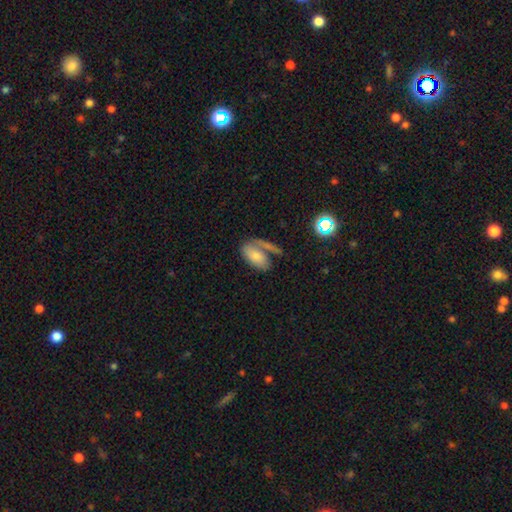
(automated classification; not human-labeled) Smooth or featured?
  - smooth: 69% *
  - featured or disk: 23%
  - star or artifact: 8%
How rounded?
  - in between: 91% *
  - round: 5%
  - cigar-shaped: 4%
Merging?
  - none: 39% *
  - merger: 32%
  - minor disturbance: 16%
  - major disturbance: 14%